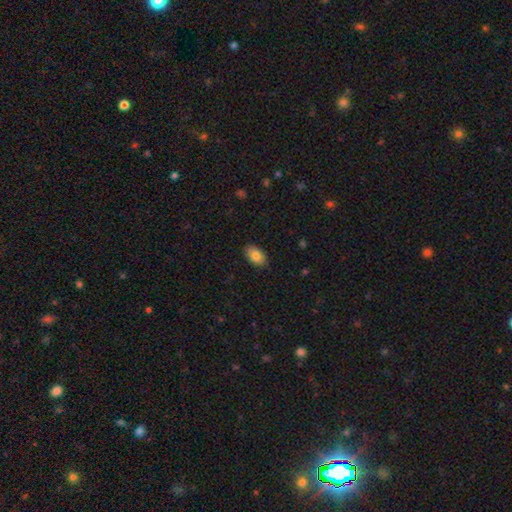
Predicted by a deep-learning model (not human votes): Smooth or featured?
  - smooth: 84% *
  - featured or disk: 9%
  - star or artifact: 7%
How rounded?
  - in between: 92% *
  - round: 6%
  - cigar-shaped: 2%
Merging?
  - none: 86% *
  - minor disturbance: 10%
  - major disturbance: 2%
  - merger: 1%